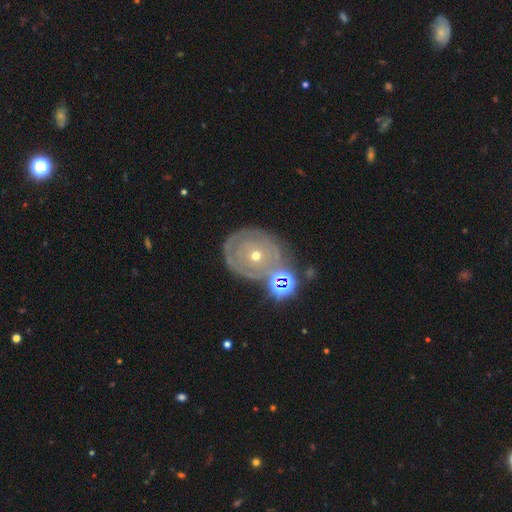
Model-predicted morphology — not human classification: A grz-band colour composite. It shows a featured or disk galaxy (60%) with no bar (87%), spiral arms (55%) and a small central bulge (50%). Merging: none (62%).